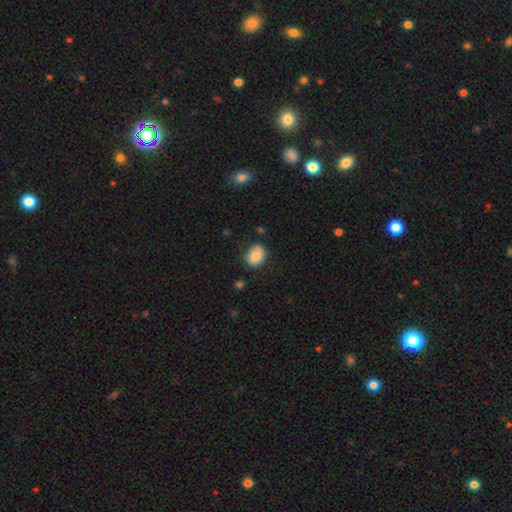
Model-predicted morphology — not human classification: smooth_or_featured: smooth (p=0.81) [alt: featured or disk p=0.11]
how_rounded: round (p=0.51) [alt: in between p=0.48]
merging: none (p=0.83) [alt: minor disturbance p=0.13]